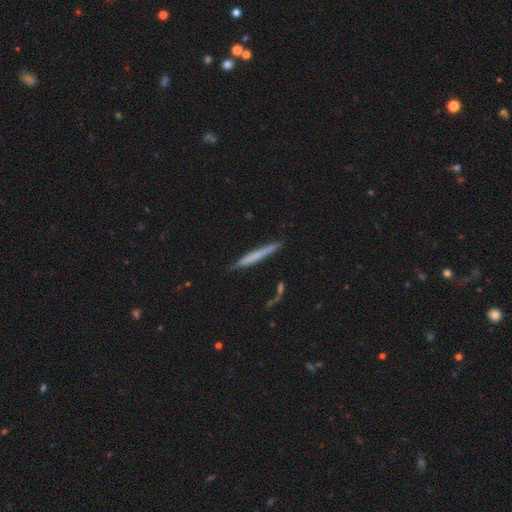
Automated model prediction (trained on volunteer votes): Morphology: type=smooth (57%); roundness=cigar-shaped (96%); merging=none (83%).